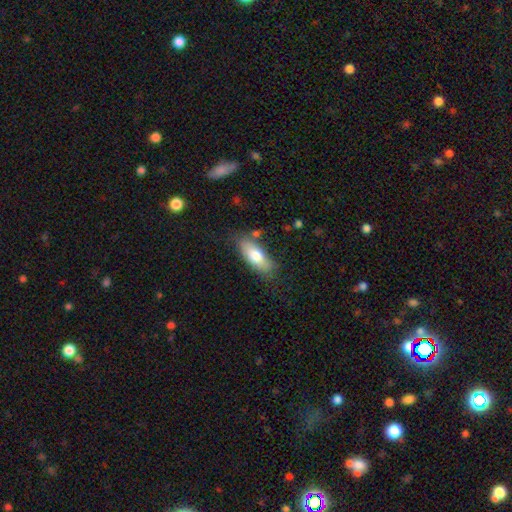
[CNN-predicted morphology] A smooth galaxy with no disk features (75%) that is in between round and cigar-shaped (77%). Merging: none (74%).